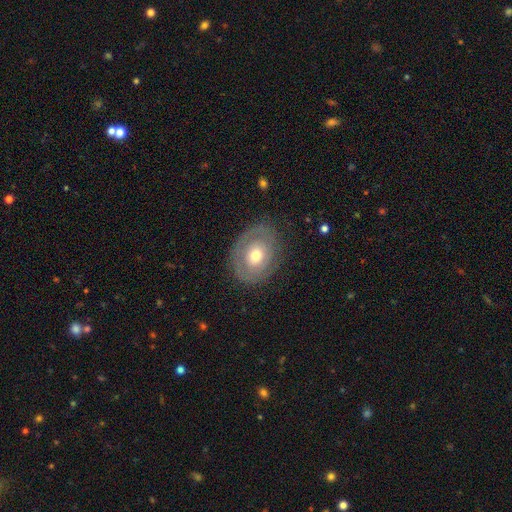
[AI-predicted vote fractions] The model was most divided on "smooth or featured": featured or disk: 52%, smooth: 41%, star or artifact: 7%. More confident: edge-on disk — no (93%); merging — none (77%).